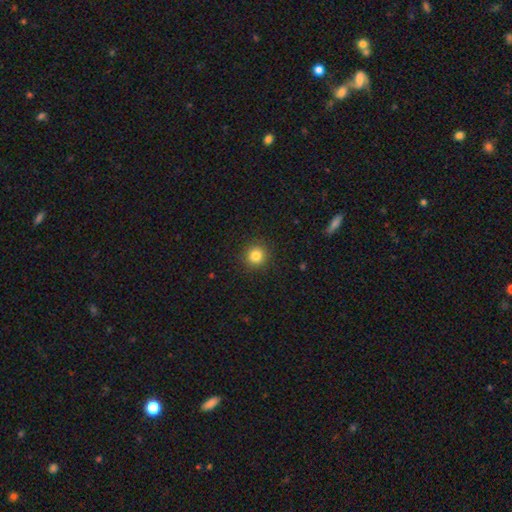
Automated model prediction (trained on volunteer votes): A smooth galaxy with no disk features (83%) that is round (94%).

Vote fractions:
- Smooth or featured? smooth: 83% / star or artifact: 12% / featured or disk: 5%
- How rounded? round: 94% / in between: 5% / cigar-shaped: 1%
- Merging? none: 91% / minor disturbance: 6% / major disturbance: 2% / merger: 1%